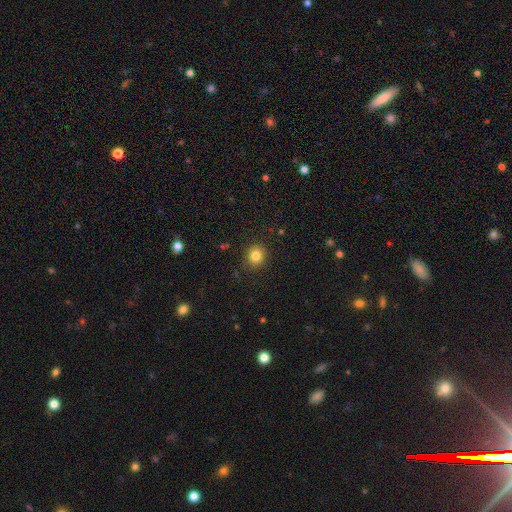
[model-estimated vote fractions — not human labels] A smooth galaxy with no disk features (82%) that is round (84%). Merging: none (89%).